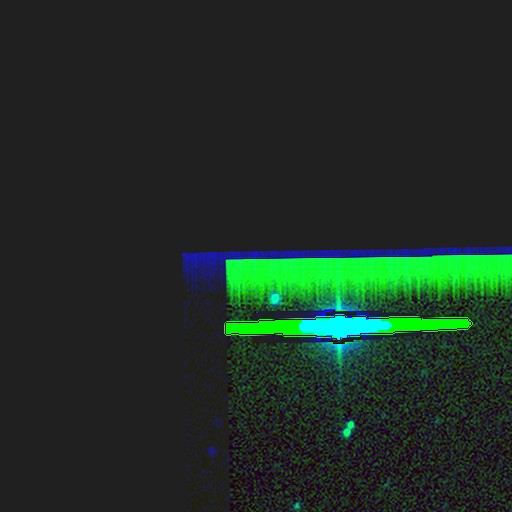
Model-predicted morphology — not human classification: The model was most divided on "smooth or featured": star or artifact: 85%, featured or disk: 9%, smooth: 7%.